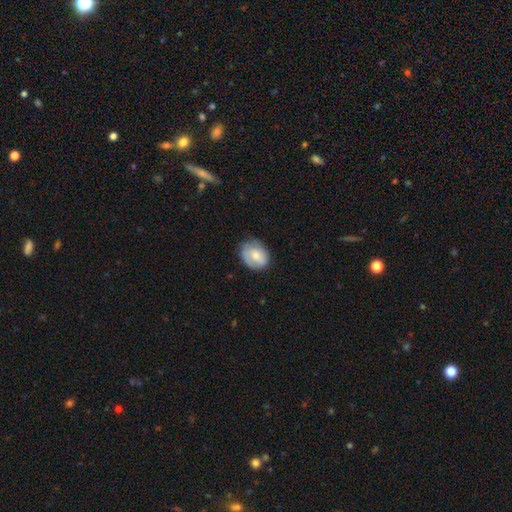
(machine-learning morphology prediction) This appears to be a smooth galaxy with no disk features (62%) that is in between round and cigar-shaped (61%). Merging: none (68%).